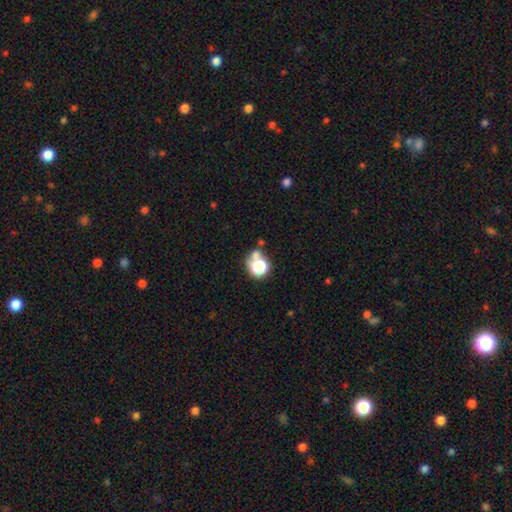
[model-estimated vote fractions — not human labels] Morphology: type=smooth (54%); roundness=round (82%); merging=none (61%).